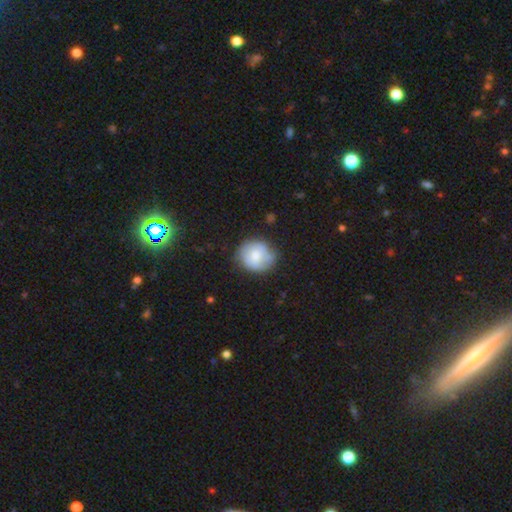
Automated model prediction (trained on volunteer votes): Overall: smooth (67%). How rounded: round (80%). Merging: none (65%).